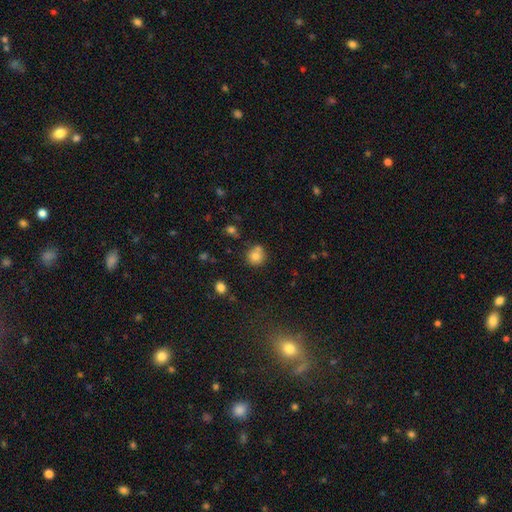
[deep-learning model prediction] smooth-or-featured: smooth: 78% | star or artifact: 12% | featured or disk: 10%
  how-rounded: round: 87% | in between: 12% | cigar-shaped: 1%
  merging: none: 61% | merger: 22% | minor disturbance: 14% | major disturbance: 4%